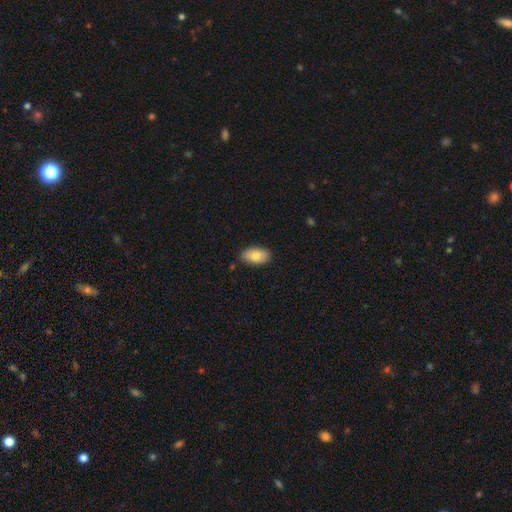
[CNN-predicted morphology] type=smooth (81%); roundness=in between (93%); merging=none (85%).